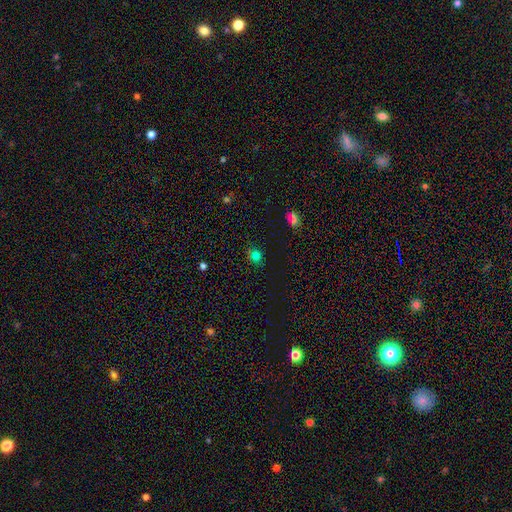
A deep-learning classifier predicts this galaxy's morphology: The model was most divided on "how rounded": round: 71%, in between: 28%, cigar-shaped: 1%. More confident: merging — none (77%); smooth or featured — smooth (77%).